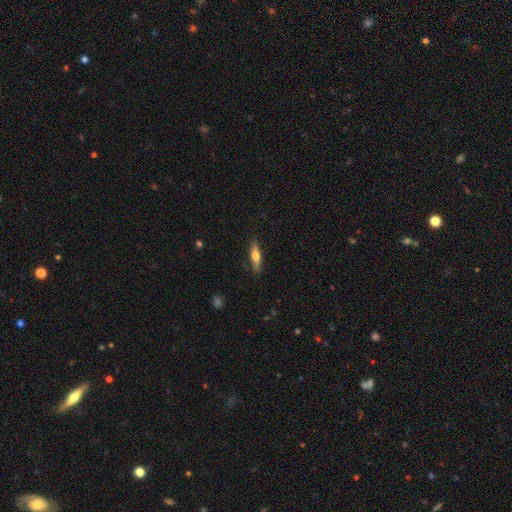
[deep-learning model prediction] Q: Smooth or featured?
A: smooth (57%); runner-up: featured or disk (37%)
Q: How rounded?
A: cigar-shaped (71%); runner-up: in between (27%)
Q: Merging?
A: none (85%); runner-up: minor disturbance (12%)